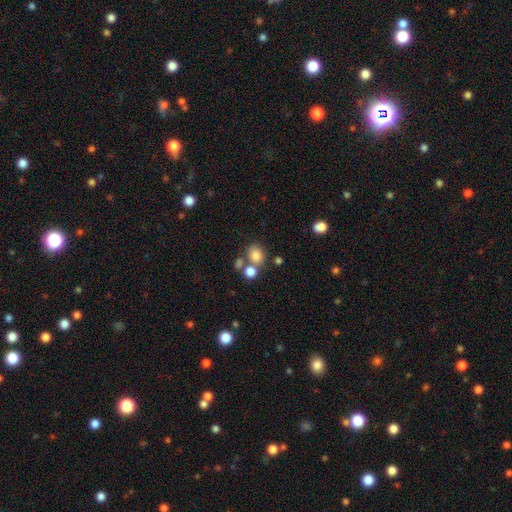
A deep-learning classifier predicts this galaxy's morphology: This is likely a smooth galaxy (80%). How rounded: likely round (63%). Merging: possibly none (54%).